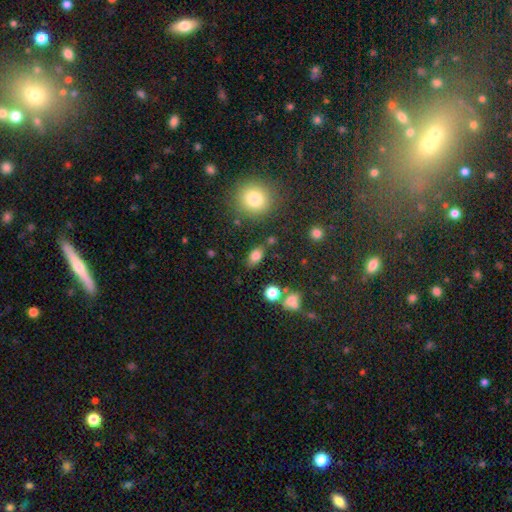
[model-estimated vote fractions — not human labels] smooth 79%, star or artifact 11%, featured or disk 10%. Down the decision tree: how rounded — in between (83%); merging — none (79%).